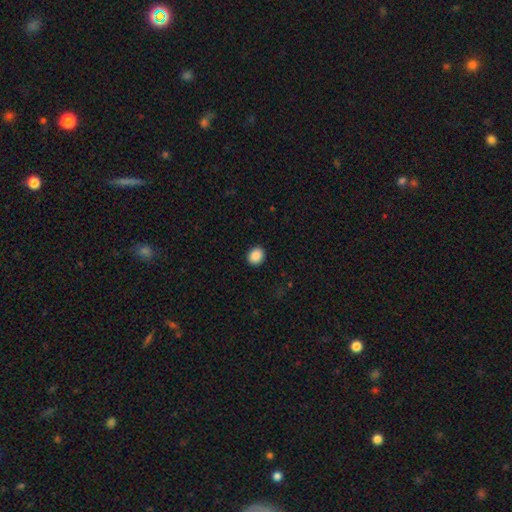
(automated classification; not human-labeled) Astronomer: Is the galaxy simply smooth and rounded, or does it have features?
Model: smooth — 89%.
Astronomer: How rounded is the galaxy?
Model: round — 67%.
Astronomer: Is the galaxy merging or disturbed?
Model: none — 91%.